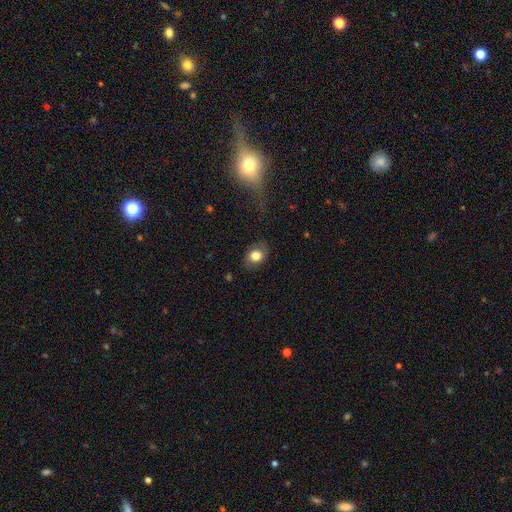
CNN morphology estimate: A smooth galaxy with no disk features (74%) that is in between round and cigar-shaped (64%). Merging: none (79%).